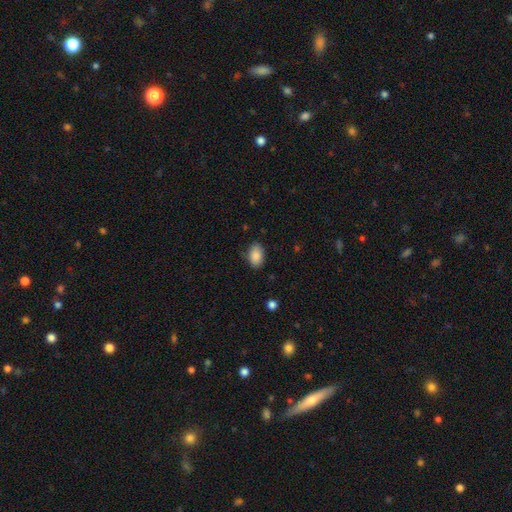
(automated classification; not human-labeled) This appears to be a smooth galaxy with no disk features (88%) that is in between round and cigar-shaped (89%). Merging: none (82%).